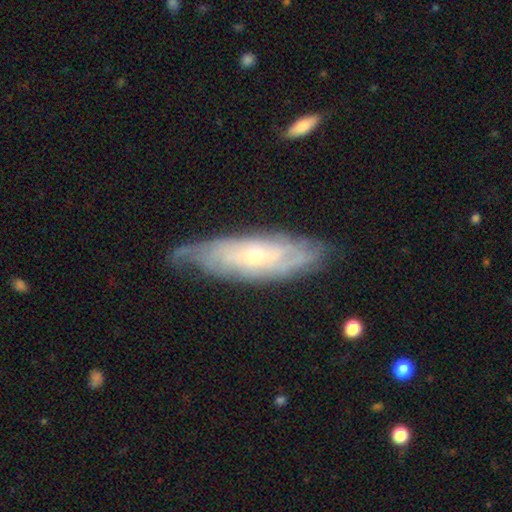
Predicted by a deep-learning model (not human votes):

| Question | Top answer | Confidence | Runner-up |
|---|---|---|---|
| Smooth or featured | featured or disk | 76% | smooth (18%) |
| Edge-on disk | no | 80% | yes (20%) |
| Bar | no | 69% | weak (25%) |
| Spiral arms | yes | 91% | no (9%) |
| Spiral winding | tight | 69% | medium (24%) |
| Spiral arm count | can't tell | 60% | 2 (13%) |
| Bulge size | small | 66% | moderate (30%) |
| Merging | none | 69% | minor disturbance (23%) |